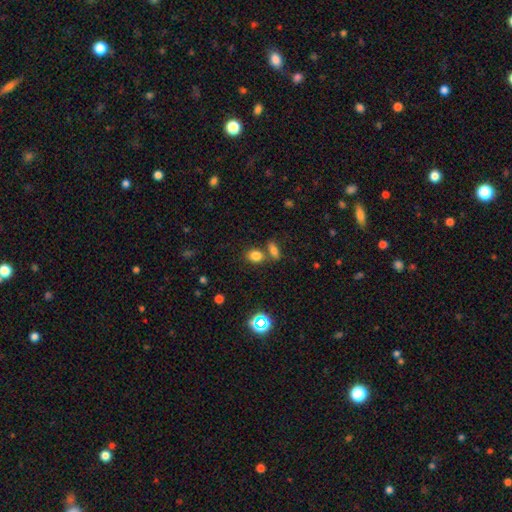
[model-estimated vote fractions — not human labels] The model was most divided on "how rounded": in between: 54%, round: 44%, cigar-shaped: 2%. More confident: smooth or featured — smooth (79%); merging — none (59%).